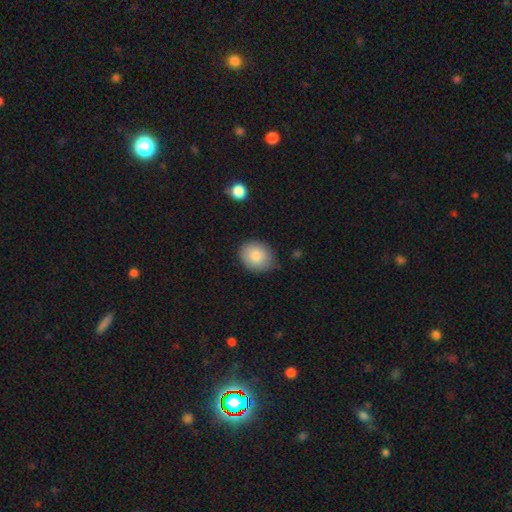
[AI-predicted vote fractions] Q: Smooth or featured?
A: smooth (84%); runner-up: featured or disk (8%)
Q: How rounded?
A: round (56%); runner-up: in between (43%)
Q: Merging?
A: none (78%); runner-up: minor disturbance (17%)